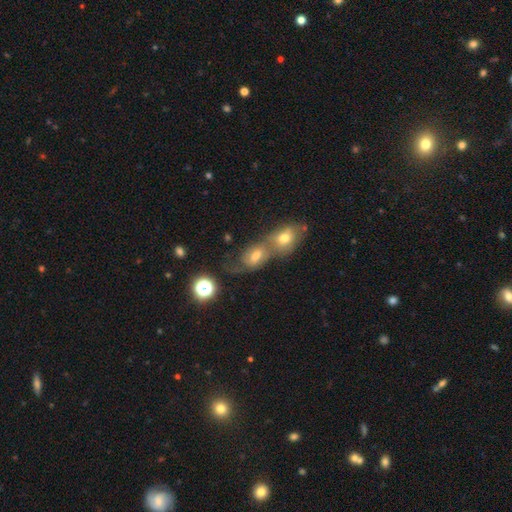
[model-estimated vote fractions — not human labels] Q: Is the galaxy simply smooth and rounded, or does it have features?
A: smooth — 43%.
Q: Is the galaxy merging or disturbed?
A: merger — 60%.